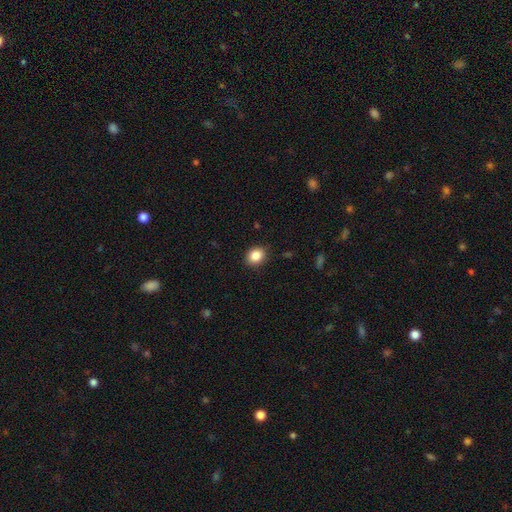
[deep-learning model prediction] Smooth or featured?
  - smooth: 86% *
  - star or artifact: 10%
  - featured or disk: 4%
How rounded?
  - round: 62% *
  - in between: 37%
  - cigar-shaped: 1%
Merging?
  - none: 88% *
  - minor disturbance: 9%
  - major disturbance: 2%
  - merger: 1%